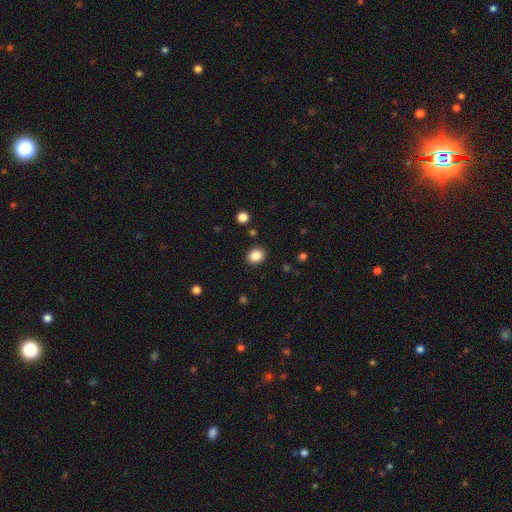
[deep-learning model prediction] The model was most divided on "how rounded": round: 65%, in between: 34%, cigar-shaped: 1%. More confident: merging — none (89%); smooth or featured — smooth (85%).